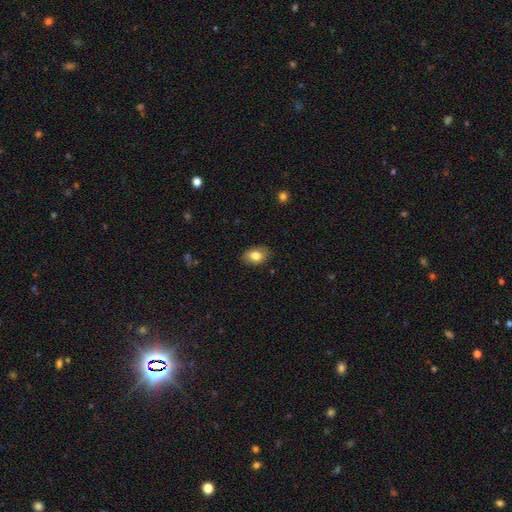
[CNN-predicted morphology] Smooth or featured: smooth — 81% (featured or disk — 12%)
How rounded: in between — 84% (round — 15%)
Merging: none — 83% (minor disturbance — 13%)